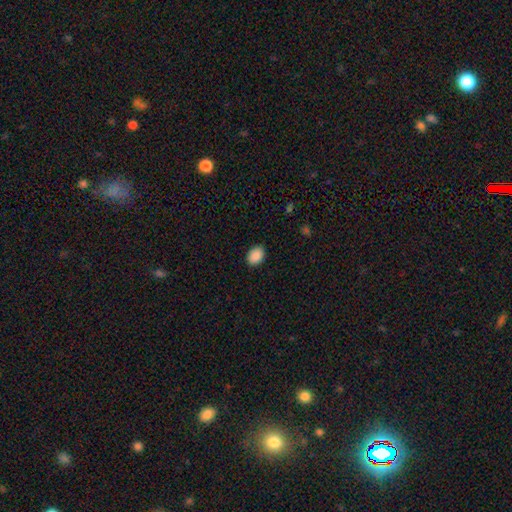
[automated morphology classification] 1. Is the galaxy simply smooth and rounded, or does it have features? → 90% smooth, 8% star or artifact, 3% featured or disk.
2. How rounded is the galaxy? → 76% in between, 23% round, 1% cigar-shaped.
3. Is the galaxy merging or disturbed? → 89% none, 8% minor disturbance, 2% major disturbance, 1% merger.